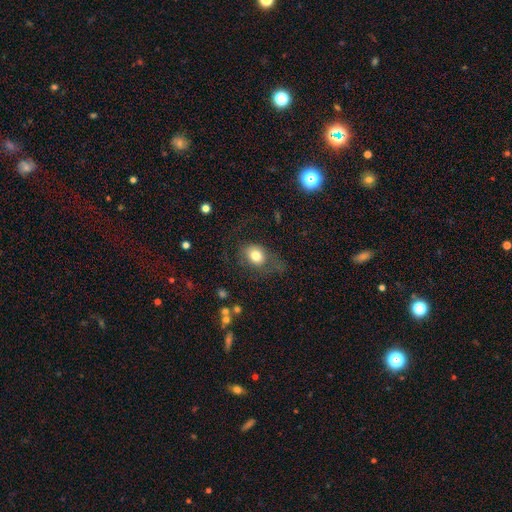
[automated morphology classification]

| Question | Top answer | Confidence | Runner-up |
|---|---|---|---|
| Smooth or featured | smooth | 74% | featured or disk (16%) |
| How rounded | in between | 50% | round (49%) |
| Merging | none | 52% | major disturbance (24%) |